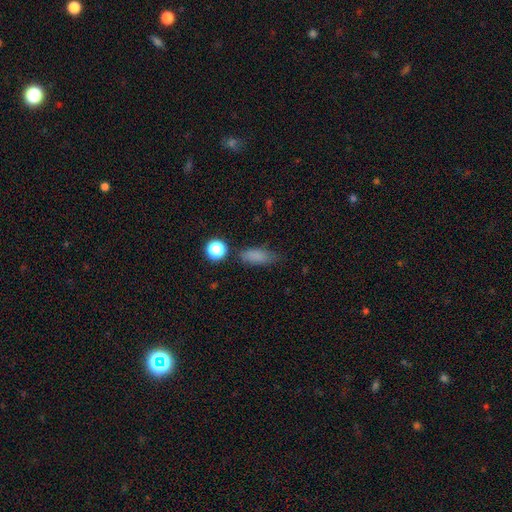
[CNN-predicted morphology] smooth-or-featured: smooth: 80% | star or artifact: 13% | featured or disk: 7%
  how-rounded: in between: 68% | cigar-shaped: 25% | round: 7%
  merging: none: 69% | minor disturbance: 20% | major disturbance: 6% | merger: 4%